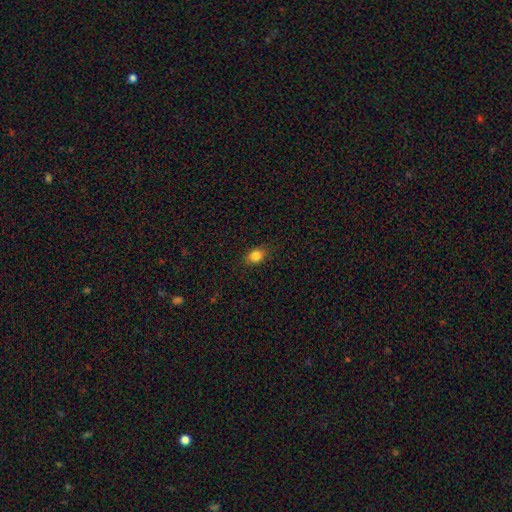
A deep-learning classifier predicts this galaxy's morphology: This appears to be a smooth galaxy with no disk features (84%) that is in between round and cigar-shaped (57%). Merging: none (85%).